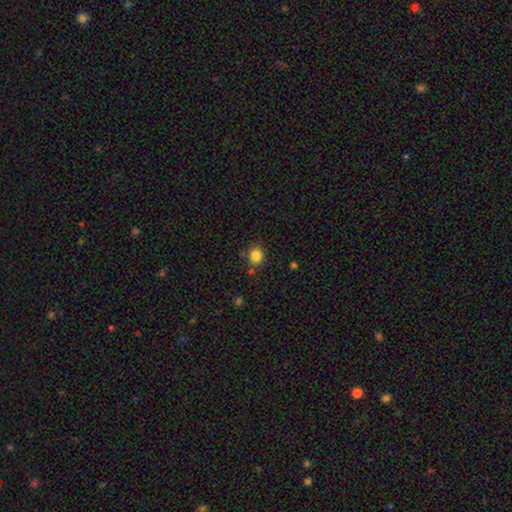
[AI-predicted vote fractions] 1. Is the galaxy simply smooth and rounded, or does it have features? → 84% smooth, 12% star or artifact, 4% featured or disk.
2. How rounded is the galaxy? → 82% round, 17% in between, 1% cigar-shaped.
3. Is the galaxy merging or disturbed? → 83% none, 10% minor disturbance, 4% merger, 3% major disturbance.